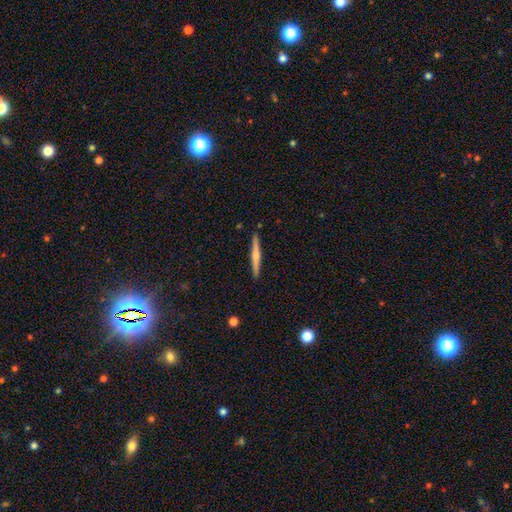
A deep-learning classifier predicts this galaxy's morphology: A smooth galaxy with no disk features (48%). Merging: none (91%).